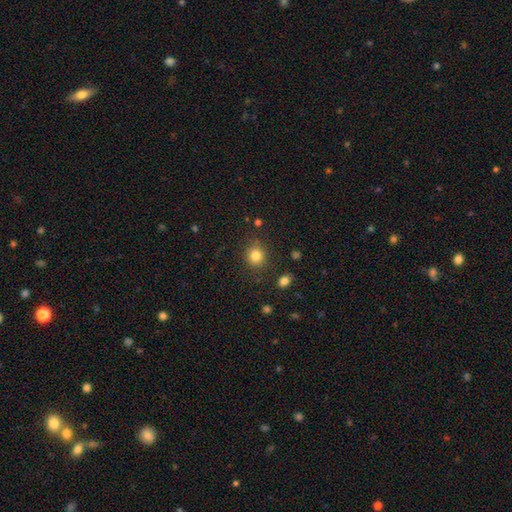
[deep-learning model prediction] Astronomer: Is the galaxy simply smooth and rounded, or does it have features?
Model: smooth — 83%.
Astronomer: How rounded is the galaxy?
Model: round — 84%.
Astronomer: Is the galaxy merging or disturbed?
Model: none — 83%.